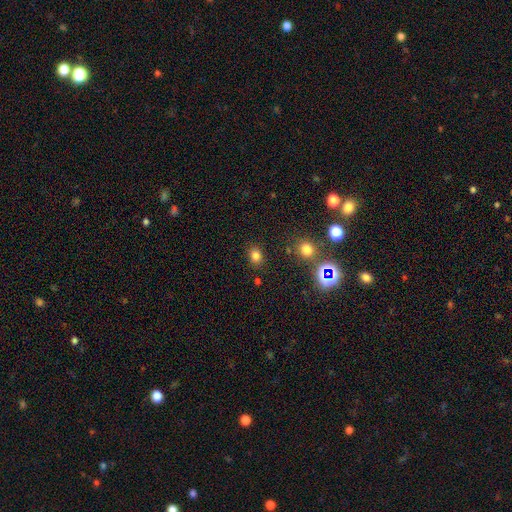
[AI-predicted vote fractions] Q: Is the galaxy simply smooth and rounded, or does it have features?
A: smooth — 77%.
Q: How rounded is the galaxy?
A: round — 51%.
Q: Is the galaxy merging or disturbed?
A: none — 84%.